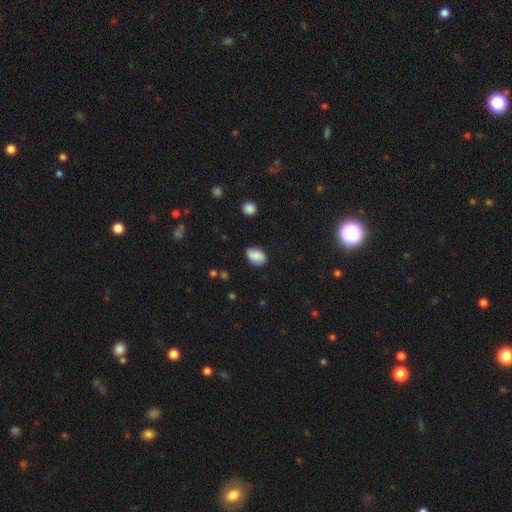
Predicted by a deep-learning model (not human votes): Q: Smooth or featured?
A: smooth (78%); runner-up: featured or disk (14%)
Q: How rounded?
A: in between (84%); runner-up: round (14%)
Q: Merging?
A: none (74%); runner-up: minor disturbance (19%)